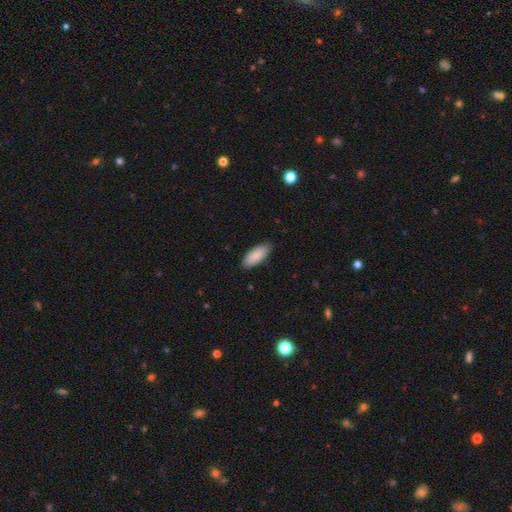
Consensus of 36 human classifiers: This appears to be a smooth galaxy with no disk features (86%) that is in between round and cigar-shaped (87%). Merging: none (91%).